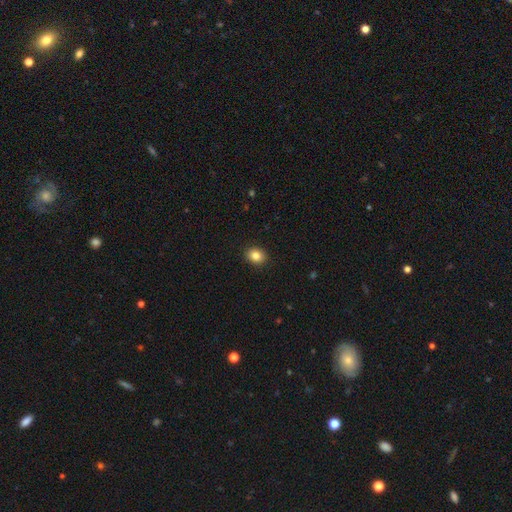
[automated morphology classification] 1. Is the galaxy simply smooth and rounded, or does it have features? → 84% smooth, 10% star or artifact, 6% featured or disk.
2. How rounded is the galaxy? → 58% round, 41% in between, 1% cigar-shaped.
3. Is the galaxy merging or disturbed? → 91% none, 6% minor disturbance, 2% major disturbance, 1% merger.